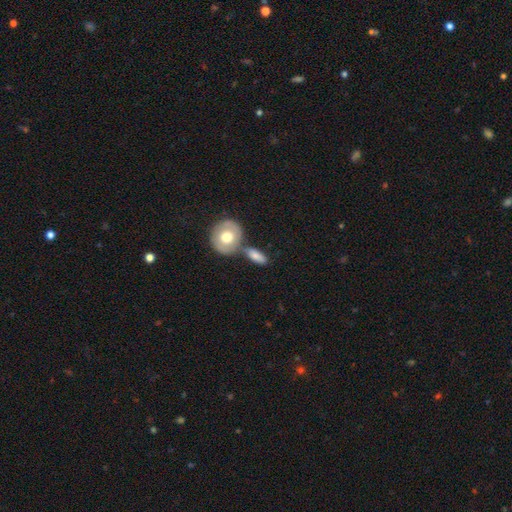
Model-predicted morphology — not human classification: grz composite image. It shows a smooth galaxy with no disk features (73%) that is in between round and cigar-shaped (73%). Merging: none (54%).